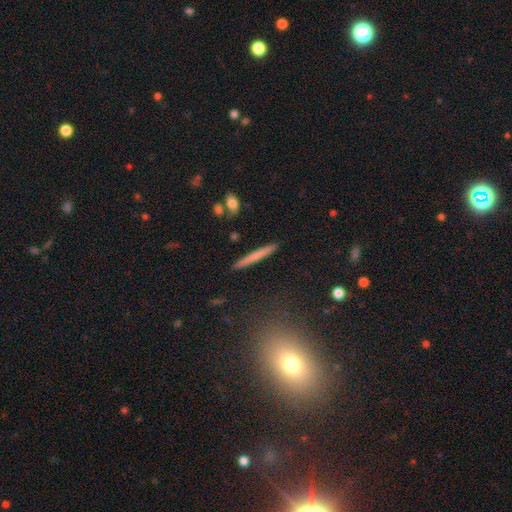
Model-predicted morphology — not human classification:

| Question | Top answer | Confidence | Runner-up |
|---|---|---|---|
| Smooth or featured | smooth | 61% | featured or disk (32%) |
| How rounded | cigar-shaped | 96% | in between (3%) |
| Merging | none | 90% | minor disturbance (7%) |